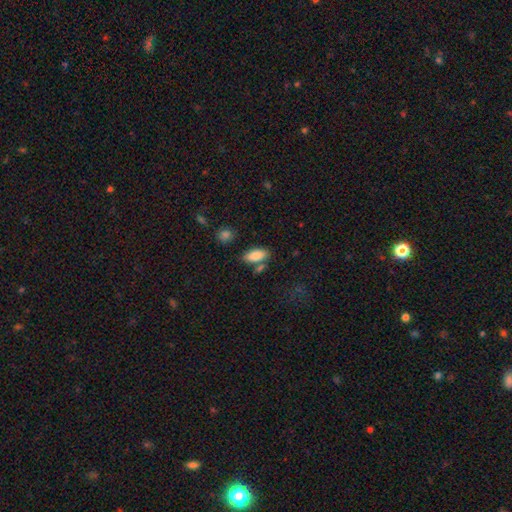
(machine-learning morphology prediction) This appears to be a smooth galaxy with no disk features (86%) that is in between round and cigar-shaped (87%). Merging: none (69%).